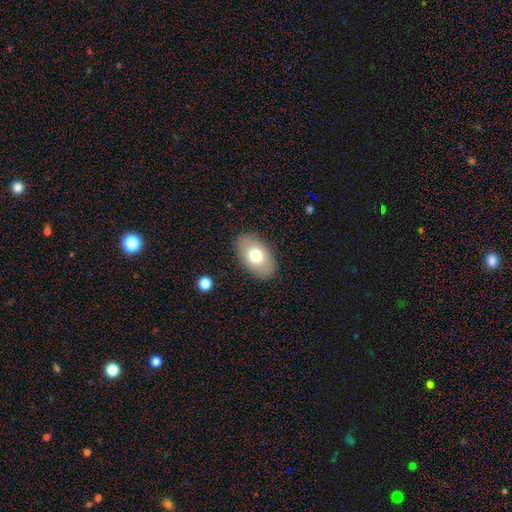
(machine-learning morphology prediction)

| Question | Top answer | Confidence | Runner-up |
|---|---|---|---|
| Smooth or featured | smooth | 71% | featured or disk (22%) |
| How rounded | in between | 92% | round (7%) |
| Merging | none | 87% | minor disturbance (9%) |